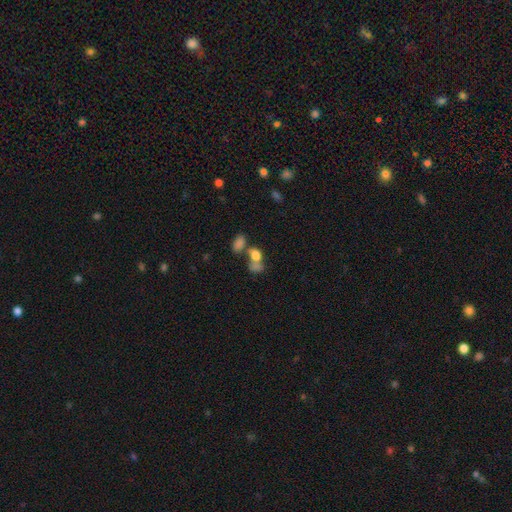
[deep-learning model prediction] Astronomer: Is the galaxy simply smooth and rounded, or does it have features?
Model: smooth — 73%.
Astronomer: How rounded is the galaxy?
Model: in between — 69%.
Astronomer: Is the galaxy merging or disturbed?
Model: merger — 48% (runner-up: none, 29%).